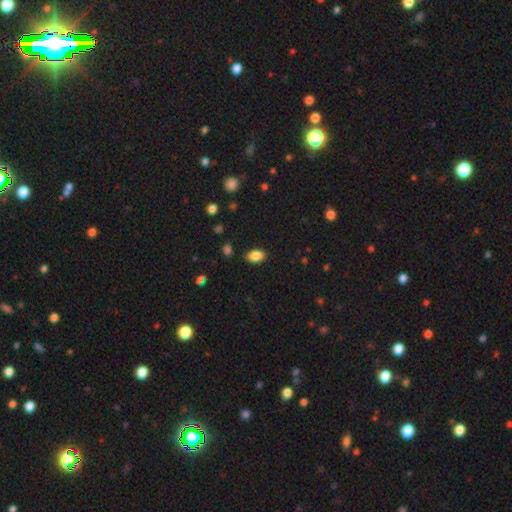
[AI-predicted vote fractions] A smooth galaxy with no disk features (86%) that is in between round and cigar-shaped (90%).

Vote fractions:
- Smooth or featured? smooth: 86% / star or artifact: 9% / featured or disk: 5%
- How rounded? in between: 90% / round: 9% / cigar-shaped: 2%
- Merging? none: 86% / minor disturbance: 10% / major disturbance: 2% / merger: 2%